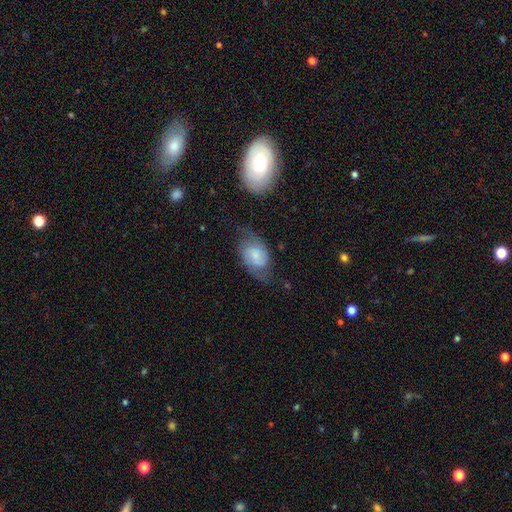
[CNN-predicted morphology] Overall: featured or disk (54%; smooth 38%). Edge-on disk: no (96%). Bar: no (53%; weak 40%). Spiral arms: yes (88%). Bulge size: small (42%; moderate 31%). Merging: none (56%; minor disturbance 26%).